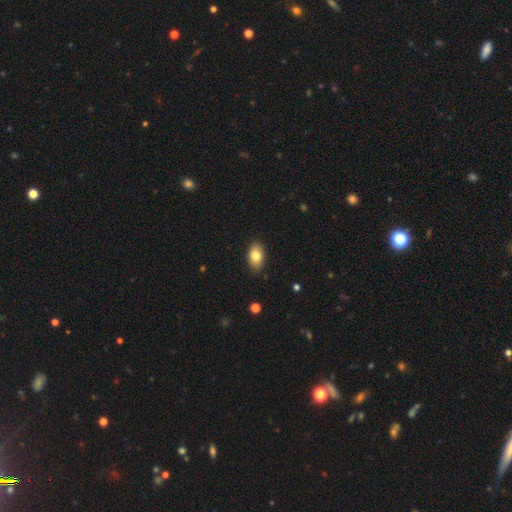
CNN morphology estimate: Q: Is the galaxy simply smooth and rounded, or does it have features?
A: smooth — 82%.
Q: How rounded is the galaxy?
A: in between — 90%.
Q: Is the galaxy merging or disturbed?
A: none — 87%.